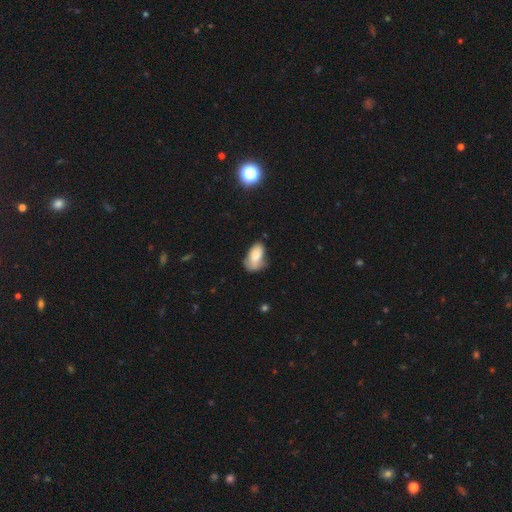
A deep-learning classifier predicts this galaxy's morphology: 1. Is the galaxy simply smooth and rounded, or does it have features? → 74% smooth, 19% featured or disk, 8% star or artifact.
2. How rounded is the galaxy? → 93% in between, 4% round, 3% cigar-shaped.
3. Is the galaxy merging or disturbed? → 41% none, 38% minor disturbance, 17% major disturbance, 4% merger.